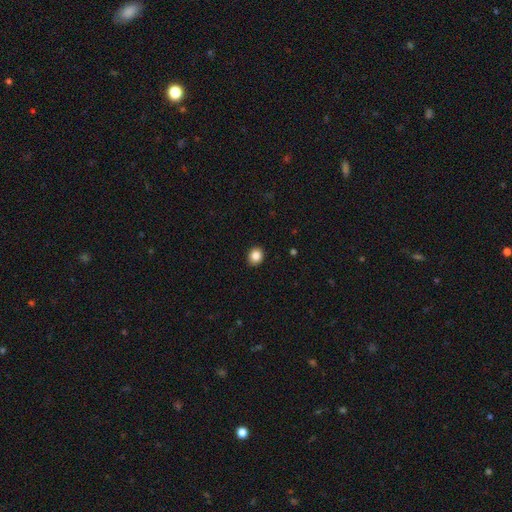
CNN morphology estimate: Smooth or featured? Predicted: smooth (p=0.85). How rounded? Predicted: round (p=0.73). Merging? Predicted: none (p=0.92).